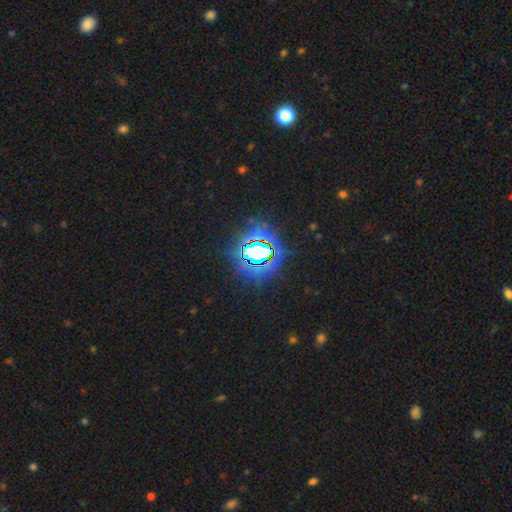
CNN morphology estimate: Smooth or featured: star or artifact — 79% (smooth — 13%)